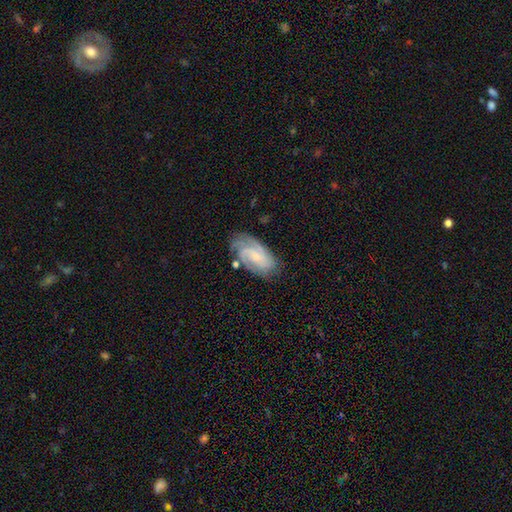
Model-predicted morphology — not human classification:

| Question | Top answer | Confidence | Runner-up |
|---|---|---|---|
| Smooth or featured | featured or disk | 77% | smooth (17%) |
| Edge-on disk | no | 96% | yes (4%) |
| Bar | no | 51% | weak (40%) |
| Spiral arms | yes | 95% | no (5%) |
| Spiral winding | tight | 47% | medium (40%) |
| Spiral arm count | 2 | 35% | 3 (25%) |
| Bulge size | small | 72% | moderate (21%) |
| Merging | none | 67% | minor disturbance (22%) |